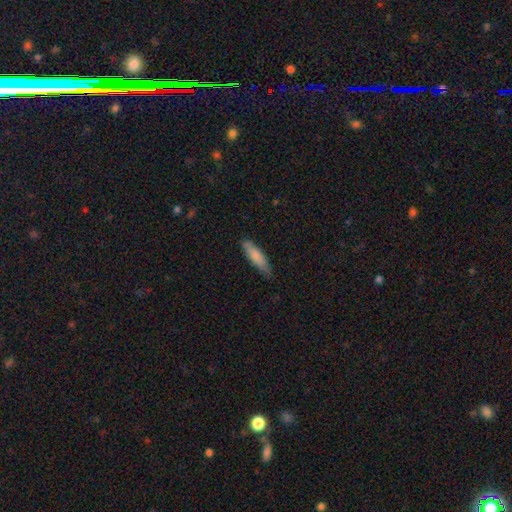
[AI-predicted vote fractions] Smooth or featured? Predicted: smooth (p=0.80). How rounded? Predicted: cigar-shaped (p=0.72). Merging? Predicted: none (p=0.78).